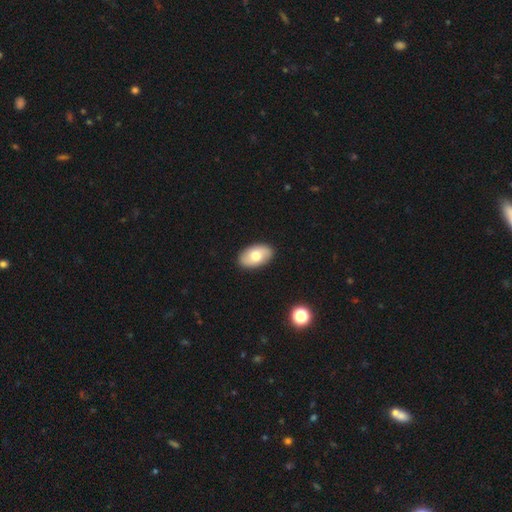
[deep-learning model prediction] A smooth galaxy with no disk features (68%) that is in between round and cigar-shaped (93%). Merging: none (90%).